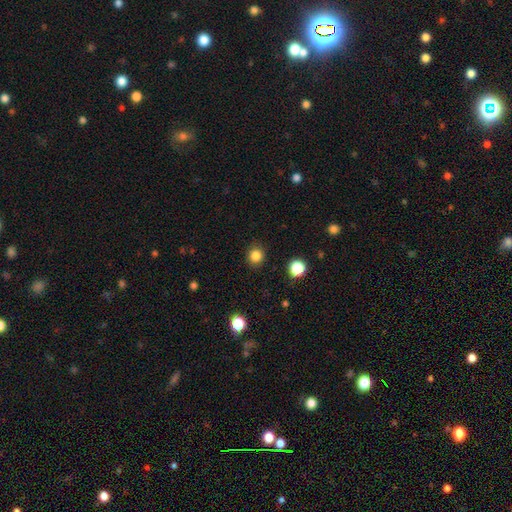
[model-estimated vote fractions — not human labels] Overall: smooth (84%). How rounded: round (89%). Merging: none (90%).